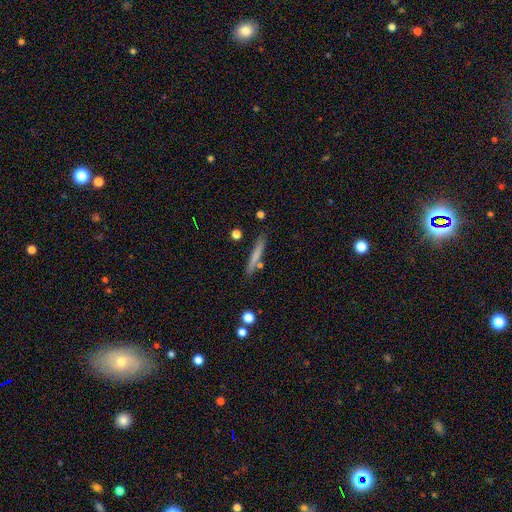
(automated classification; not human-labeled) Smooth or featured? Predicted: smooth (p=0.68). How rounded? Predicted: cigar-shaped (p=0.94). Merging? Predicted: none (p=0.82).